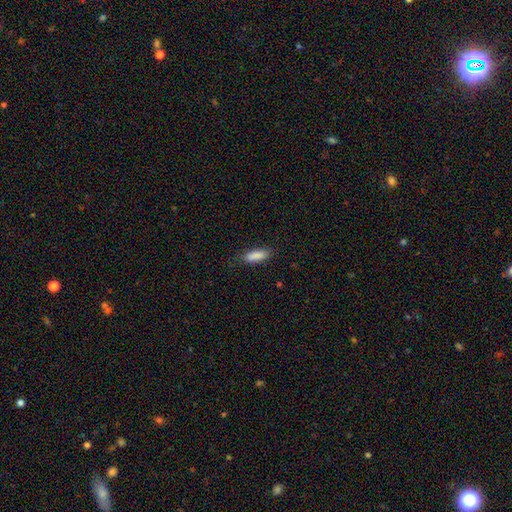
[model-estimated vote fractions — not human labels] Smooth or featured? Predicted: smooth (p=0.88). How rounded? Predicted: in between (p=0.52). Merging? Predicted: none (p=0.82).